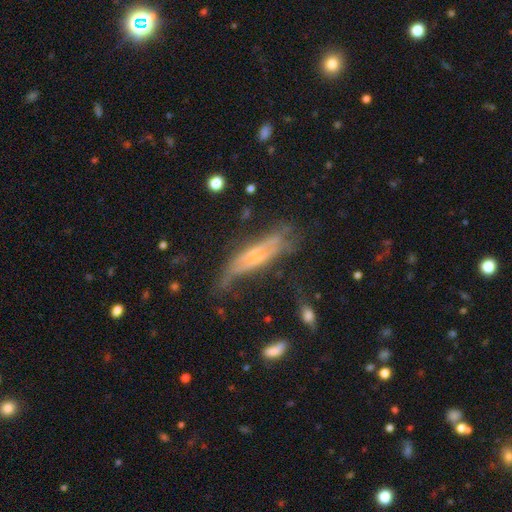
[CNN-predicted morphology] smooth-or-featured: featured or disk: 63% | smooth: 28% | star or artifact: 9%
  disk-edge-on: yes: 69% | no: 31%
  merging: none: 45% | minor disturbance: 28% | major disturbance: 21% | merger: 5%